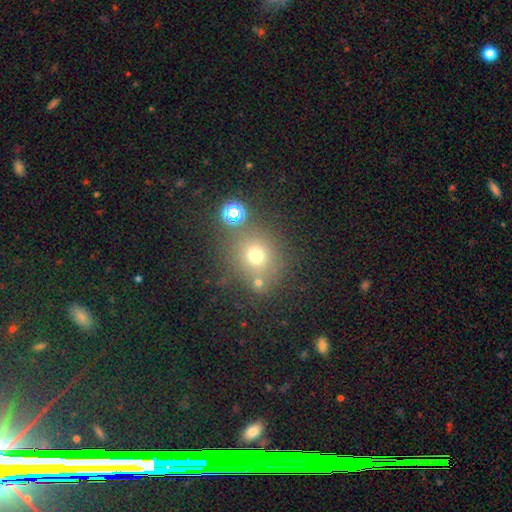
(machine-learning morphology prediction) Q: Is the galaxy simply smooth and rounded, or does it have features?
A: smooth — 65%.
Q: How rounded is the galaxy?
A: round — 86%.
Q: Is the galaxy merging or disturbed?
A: none — 70%.